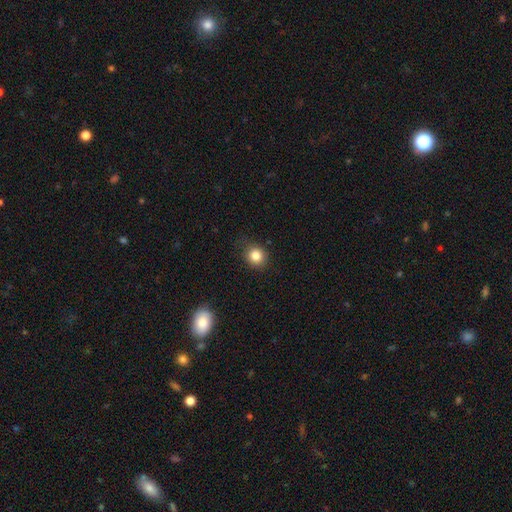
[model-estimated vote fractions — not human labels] smooth_or_featured: smooth (p=0.83) [alt: star or artifact p=0.11]
how_rounded: round (p=0.79) [alt: in between p=0.20]
merging: none (p=0.80) [alt: minor disturbance p=0.15]